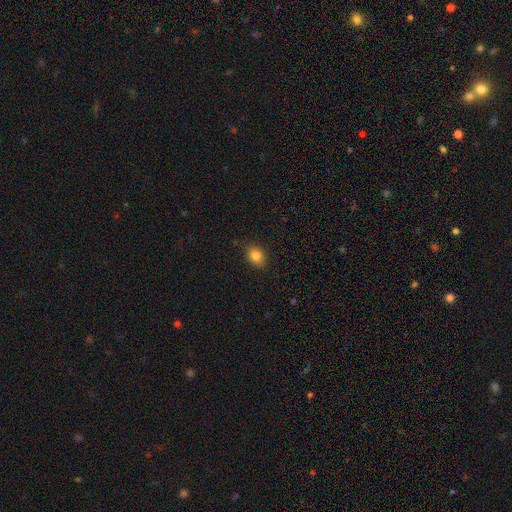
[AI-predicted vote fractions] Smooth or featured: smooth — 84% (star or artifact — 10%)
How rounded: in between — 64% (round — 34%)
Merging: none — 82% (minor disturbance — 14%)